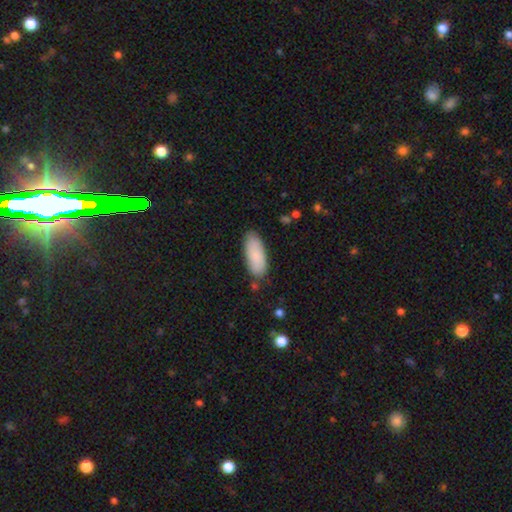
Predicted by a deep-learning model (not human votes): The model was most divided on "how rounded": in between: 79%, cigar-shaped: 19%, round: 2%. More confident: smooth or featured — smooth (86%); merging — none (79%).